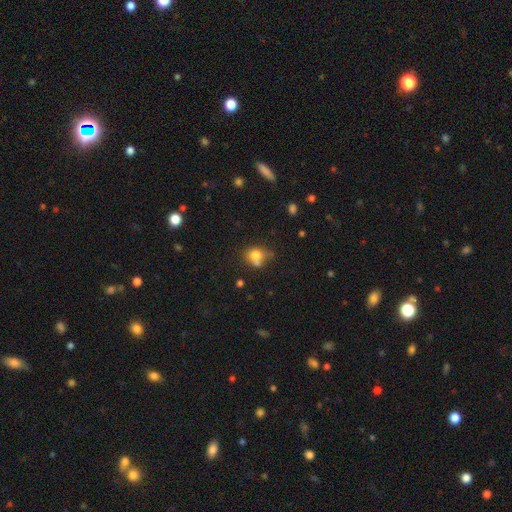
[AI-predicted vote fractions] Smooth or featured: smooth — 75% (featured or disk — 13%)
How rounded: round — 68% (in between — 31%)
Merging: none — 44% (merger — 31%)